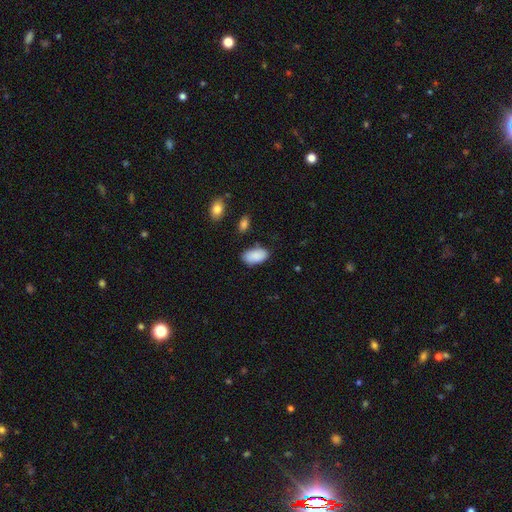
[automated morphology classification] Q: Smooth or featured?
A: smooth (88%); runner-up: star or artifact (6%)
Q: How rounded?
A: in between (95%); runner-up: round (3%)
Q: Merging?
A: none (75%); runner-up: minor disturbance (17%)